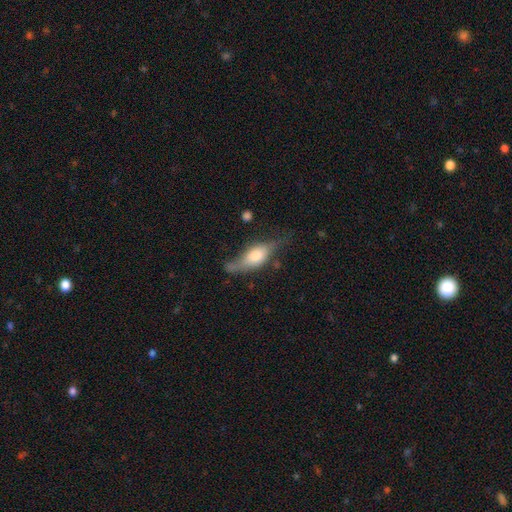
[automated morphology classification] Smooth or featured? featured or disk (48%)
Merging? none (49%)